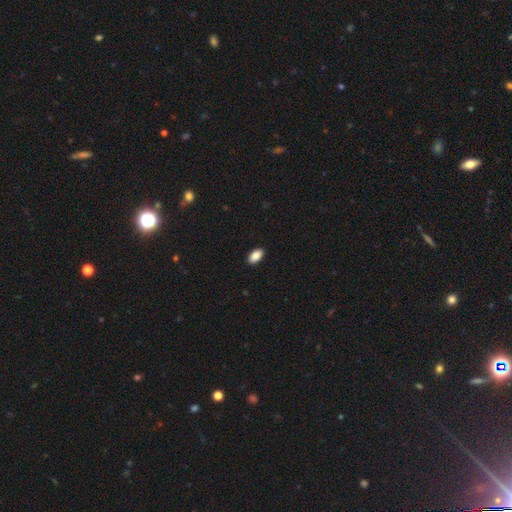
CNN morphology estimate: Smooth or featured?
  - smooth: 87% *
  - star or artifact: 7%
  - featured or disk: 6%
How rounded?
  - in between: 93% *
  - round: 4%
  - cigar-shaped: 3%
Merging?
  - none: 91% *
  - minor disturbance: 7%
  - major disturbance: 2%
  - merger: 1%